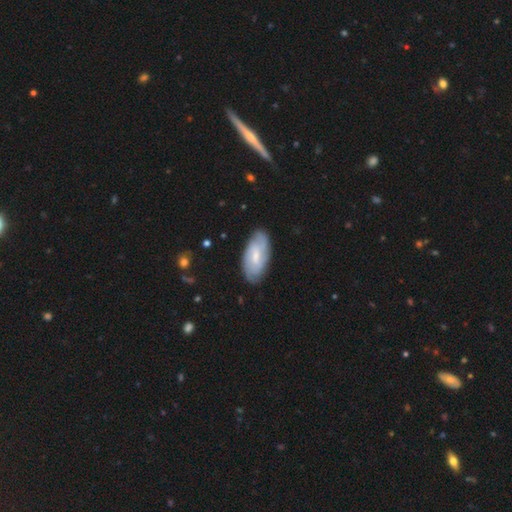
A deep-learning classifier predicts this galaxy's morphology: This appears to be a featured or disk galaxy (54%). Merging: none (81%).